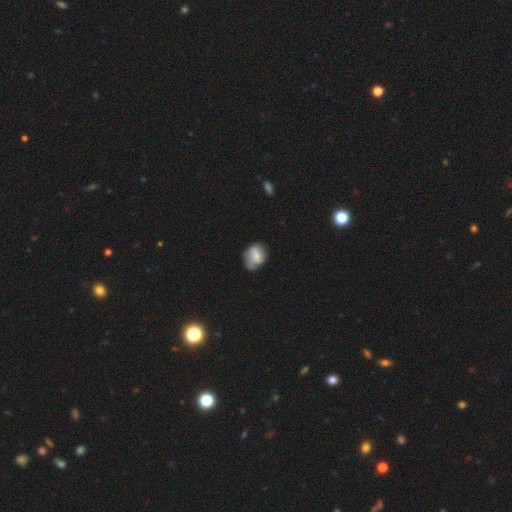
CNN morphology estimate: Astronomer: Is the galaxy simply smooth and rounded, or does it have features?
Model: smooth — 59%.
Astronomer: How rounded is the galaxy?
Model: in between — 58% (runner-up: round, 40%).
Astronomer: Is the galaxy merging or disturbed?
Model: none — 52% (runner-up: minor disturbance, 35%).